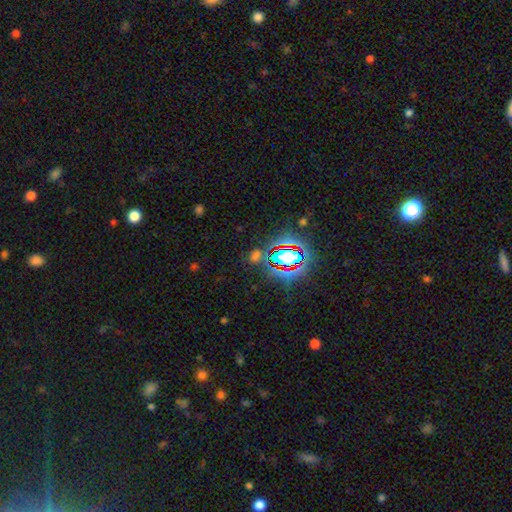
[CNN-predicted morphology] Smooth or featured? star or artifact (59%)